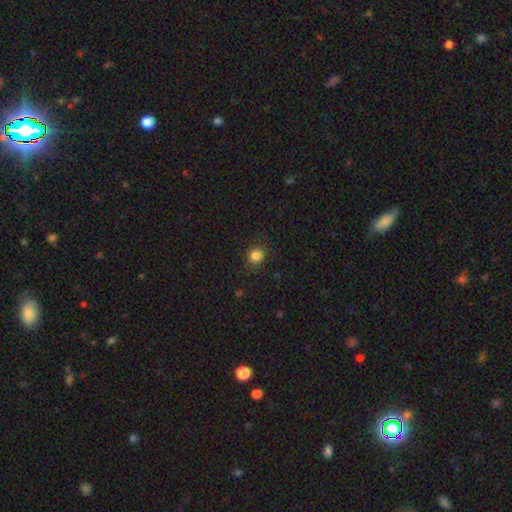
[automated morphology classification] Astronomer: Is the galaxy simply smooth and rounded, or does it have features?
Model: smooth — 84%.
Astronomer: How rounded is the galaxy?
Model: round — 88%.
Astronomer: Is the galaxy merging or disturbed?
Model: none — 89%.